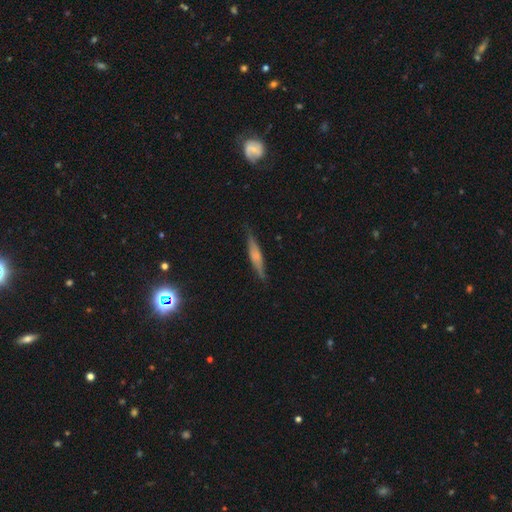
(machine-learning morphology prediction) Smooth or featured? Predicted: featured or disk (p=0.46, tied with smooth). Merging? Predicted: none (p=0.84).